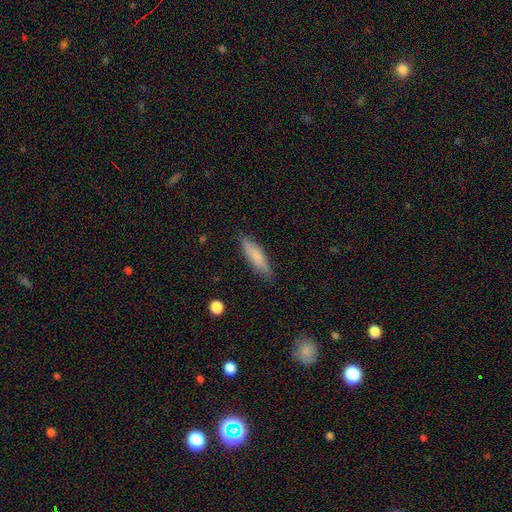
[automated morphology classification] smooth_or_featured: smooth (p=0.80) [alt: featured or disk p=0.14]
how_rounded: cigar-shaped (p=0.70) [alt: in between p=0.29]
merging: none (p=0.86) [alt: minor disturbance p=0.11]